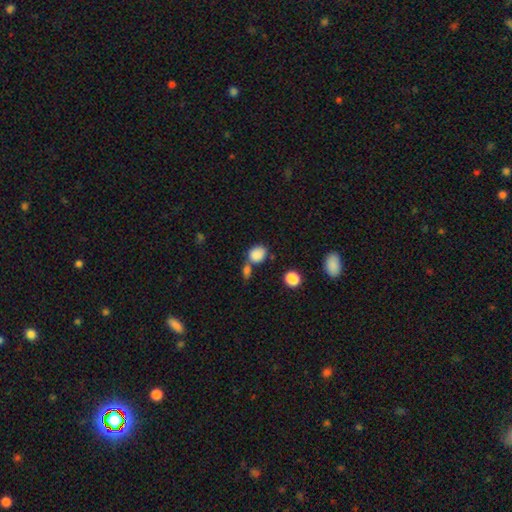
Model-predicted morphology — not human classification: Smooth or featured?
  - smooth: 86% *
  - star or artifact: 10%
  - featured or disk: 5%
How rounded?
  - round: 53% *
  - in between: 45%
  - cigar-shaped: 1%
Merging?
  - none: 50% *
  - merger: 32%
  - minor disturbance: 13%
  - major disturbance: 6%